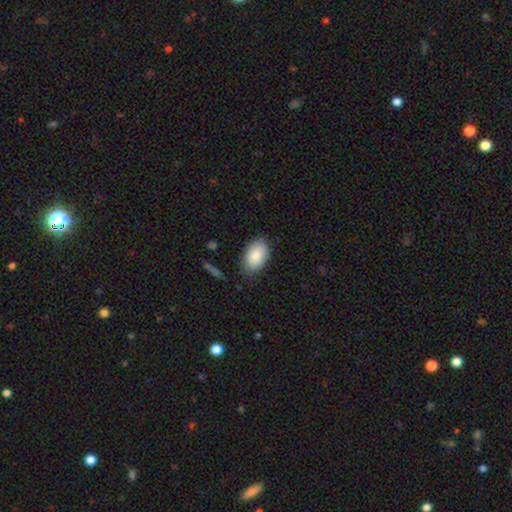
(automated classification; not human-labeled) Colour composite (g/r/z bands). It shows a smooth galaxy with no disk features (86%) that is in between round and cigar-shaped (92%). Merging: none (83%).